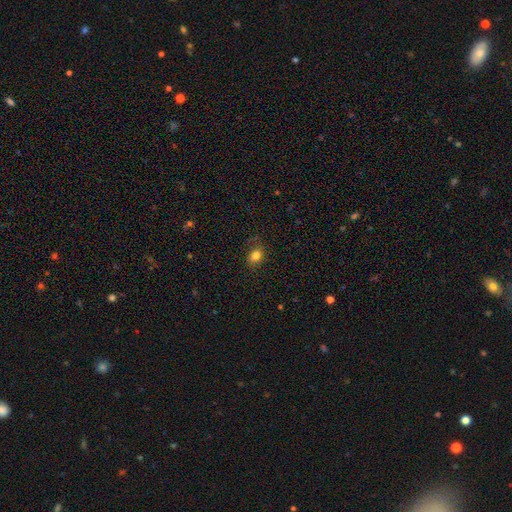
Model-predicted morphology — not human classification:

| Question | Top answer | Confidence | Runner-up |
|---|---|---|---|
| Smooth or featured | smooth | 81% | star or artifact (11%) |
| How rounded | in between | 68% | round (31%) |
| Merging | none | 75% | minor disturbance (18%) |